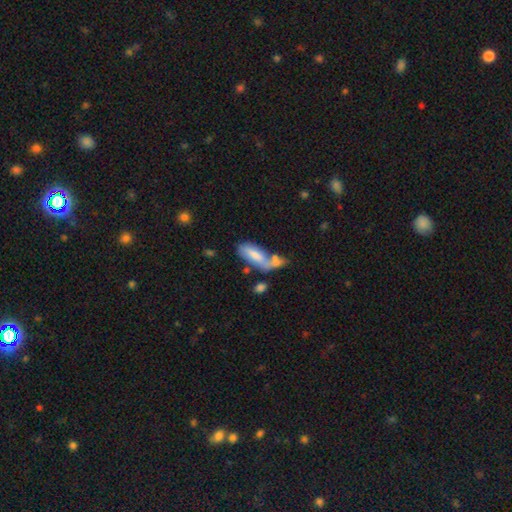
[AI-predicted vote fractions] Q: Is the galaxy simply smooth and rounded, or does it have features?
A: smooth — 66%.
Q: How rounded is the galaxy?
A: in between — 69%.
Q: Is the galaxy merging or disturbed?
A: merger — 39%.